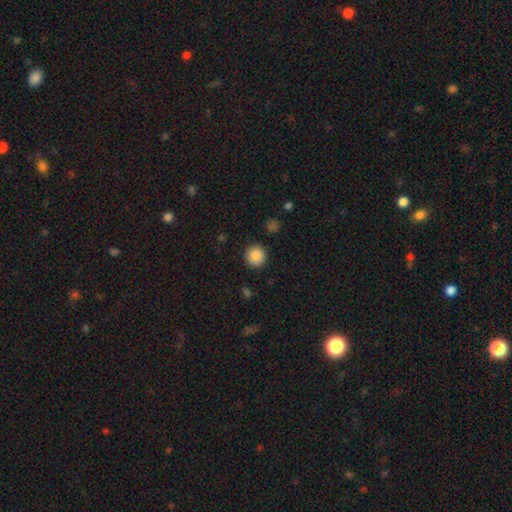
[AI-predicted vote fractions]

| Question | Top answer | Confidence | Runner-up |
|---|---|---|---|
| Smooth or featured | smooth | 87% | star or artifact (9%) |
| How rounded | round | 95% | in between (4%) |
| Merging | none | 91% | minor disturbance (6%) |